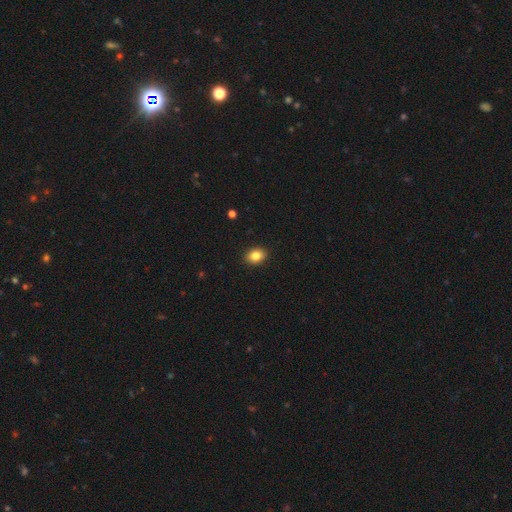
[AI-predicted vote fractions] A smooth galaxy with no disk features (84%) that is in between round and cigar-shaped (66%). Merging: none (91%).